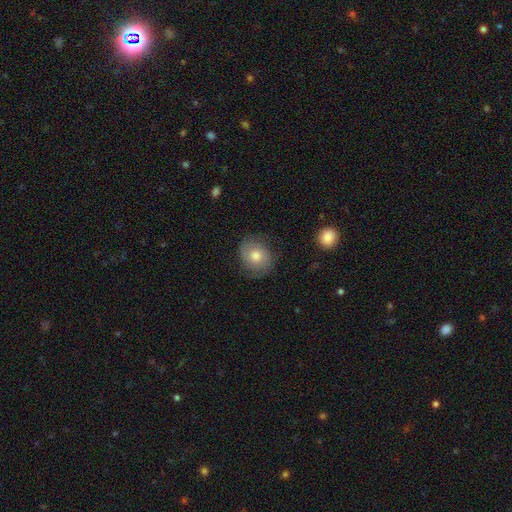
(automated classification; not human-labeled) smooth_or_featured: featured or disk (p=0.49) [alt: smooth p=0.43]
merging: none (p=0.75) [alt: minor disturbance p=0.17]